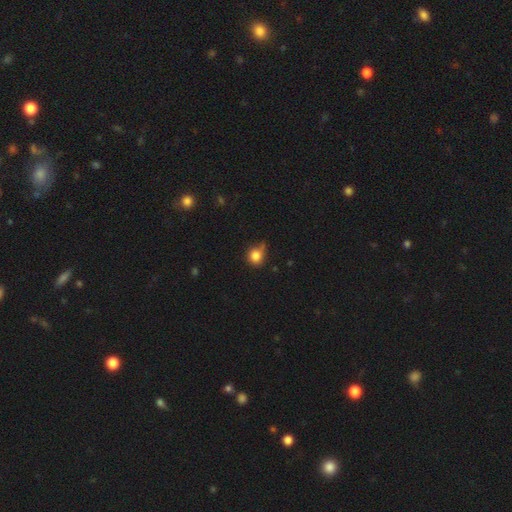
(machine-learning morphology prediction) smooth-or-featured: smooth: 81% | star or artifact: 11% | featured or disk: 8%
  how-rounded: round: 84% | in between: 15% | cigar-shaped: 1%
  merging: none: 53% | minor disturbance: 32% | major disturbance: 9% | merger: 6%